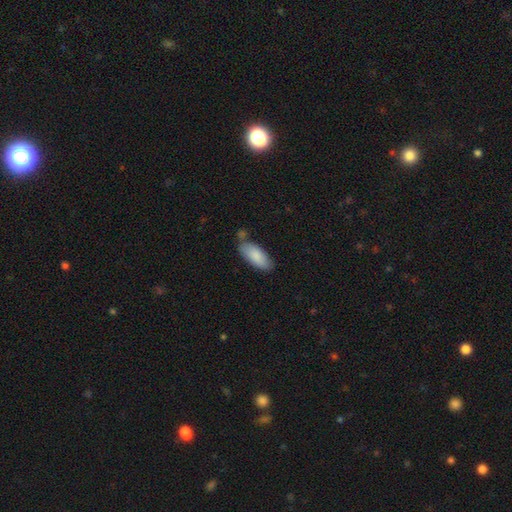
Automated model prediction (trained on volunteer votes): A smooth galaxy with no disk features (86%) that is in between round and cigar-shaped (84%). Merging: none (68%).